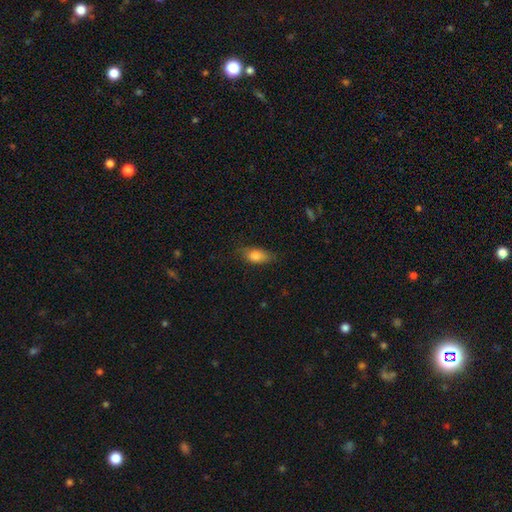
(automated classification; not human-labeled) The model was most divided on "merging": none: 70%, minor disturbance: 23%, major disturbance: 6%, merger: 1%. More confident: how rounded — in between (84%); smooth or featured — smooth (81%).